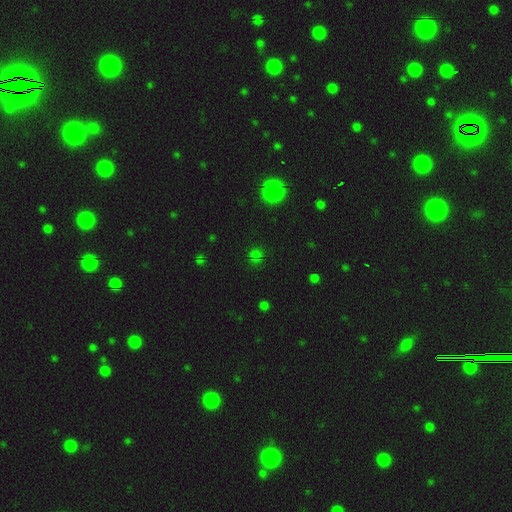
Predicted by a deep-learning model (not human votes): Smooth or featured?
  - smooth: 49% *
  - star or artifact: 44%
  - featured or disk: 7%
Merging?
  - none: 80% *
  - minor disturbance: 11%
  - major disturbance: 5%
  - merger: 5%